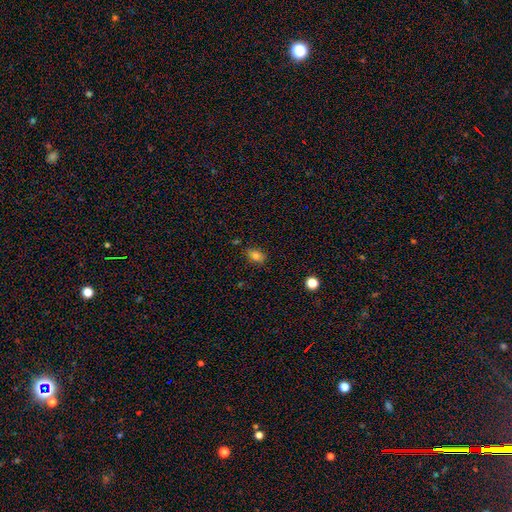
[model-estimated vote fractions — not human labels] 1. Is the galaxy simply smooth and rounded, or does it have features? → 81% smooth, 11% star or artifact, 8% featured or disk.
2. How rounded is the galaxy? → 82% in between, 15% round, 2% cigar-shaped.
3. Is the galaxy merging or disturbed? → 81% none, 13% minor disturbance, 3% merger, 3% major disturbance.